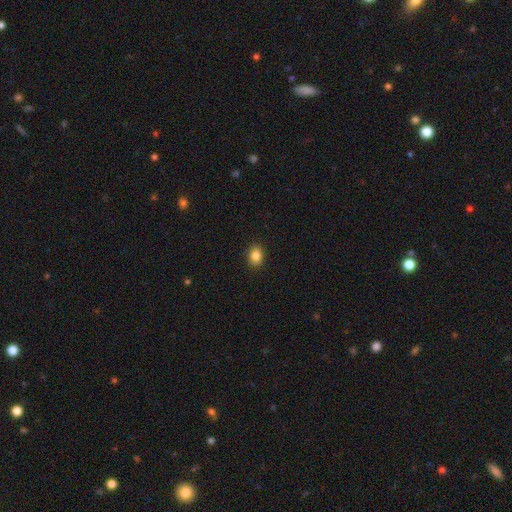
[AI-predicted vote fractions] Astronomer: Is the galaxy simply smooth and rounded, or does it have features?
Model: smooth — 86%.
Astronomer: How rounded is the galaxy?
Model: in between — 63%.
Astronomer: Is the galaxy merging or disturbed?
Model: none — 90%.